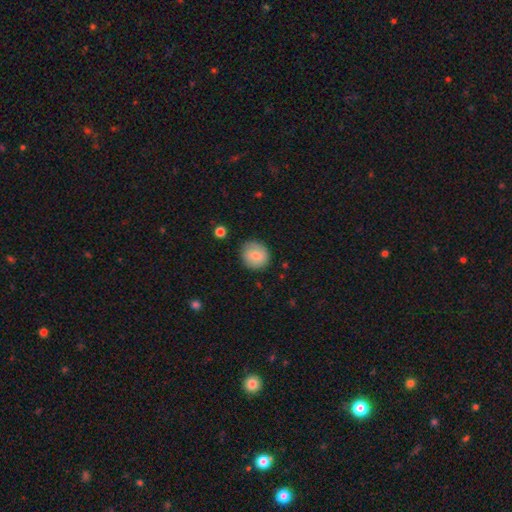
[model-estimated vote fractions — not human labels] Morphology: type=smooth (78%); roundness=round (87%); merging=none (83%).